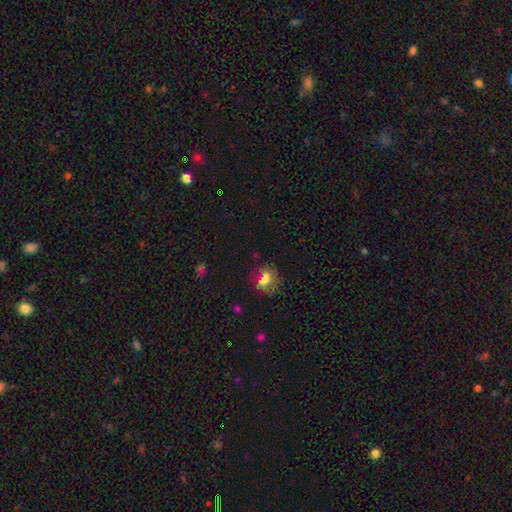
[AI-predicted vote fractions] Morphology: type=smooth (65%); roundness=round (50%); merging=none (72%).